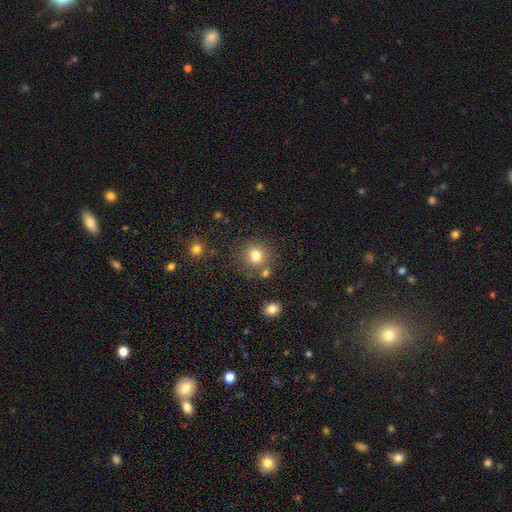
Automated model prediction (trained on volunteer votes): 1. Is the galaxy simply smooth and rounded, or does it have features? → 79% smooth, 14% star or artifact, 7% featured or disk.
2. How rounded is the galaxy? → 88% round, 11% in between, 1% cigar-shaped.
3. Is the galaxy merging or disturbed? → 78% none, 10% minor disturbance, 9% merger, 4% major disturbance.